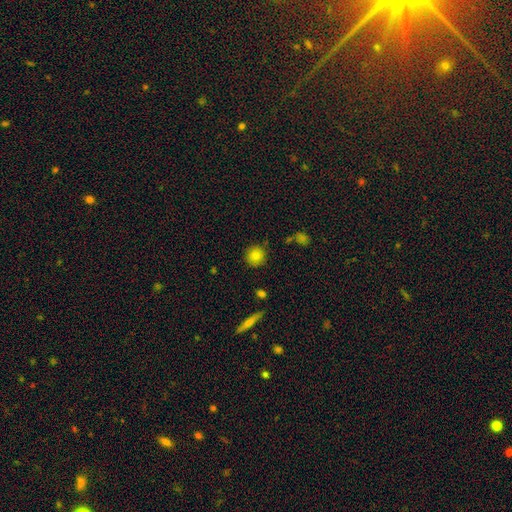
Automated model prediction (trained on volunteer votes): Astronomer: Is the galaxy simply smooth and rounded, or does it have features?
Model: smooth — 84%.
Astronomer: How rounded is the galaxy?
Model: round — 92%.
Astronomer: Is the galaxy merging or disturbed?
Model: none — 87%.